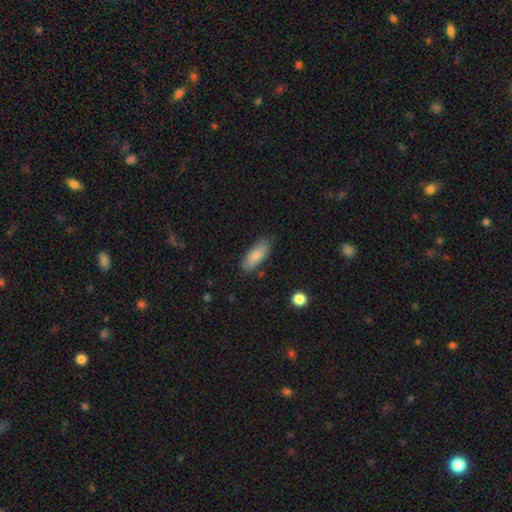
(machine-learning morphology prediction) smooth_or_featured: smooth (p=0.81) [alt: featured or disk p=0.13]
how_rounded: in between (p=0.76) [alt: cigar-shaped p=0.22]
merging: none (p=0.75) [alt: minor disturbance p=0.19]